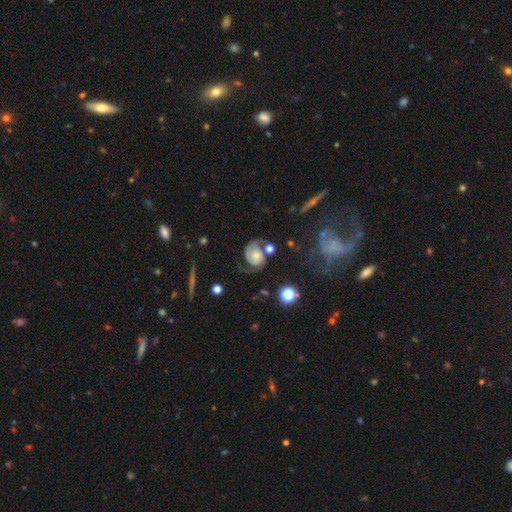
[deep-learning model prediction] This appears to be a featured or disk galaxy (75%) with no bar (72%), 2 (73%) medium (42%) spiral arms (93%) and a small central bulge (47%). Merging: none (49%).